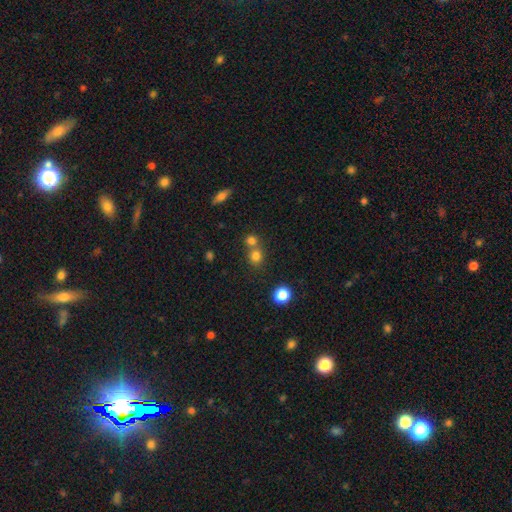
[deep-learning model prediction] smooth-or-featured: smooth: 77% | star or artifact: 15% | featured or disk: 7%
  how-rounded: round: 84% | in between: 15% | cigar-shaped: 1%
  merging: none: 54% | merger: 38% | minor disturbance: 6% | major disturbance: 3%